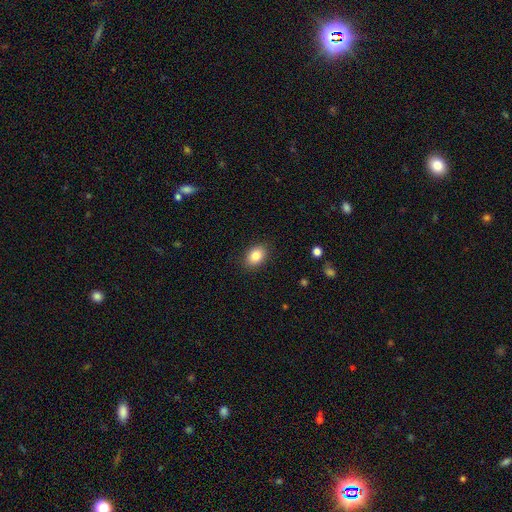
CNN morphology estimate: Smooth or featured: smooth — 85% (star or artifact — 9%)
How rounded: in between — 74% (round — 25%)
Merging: none — 88% (minor disturbance — 9%)